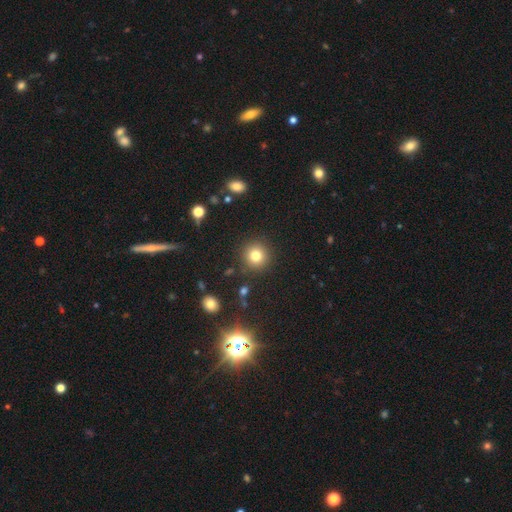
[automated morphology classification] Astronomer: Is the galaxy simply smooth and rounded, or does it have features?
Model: smooth — 80%.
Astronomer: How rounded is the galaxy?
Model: round — 93%.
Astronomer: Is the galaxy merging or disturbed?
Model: none — 89%.